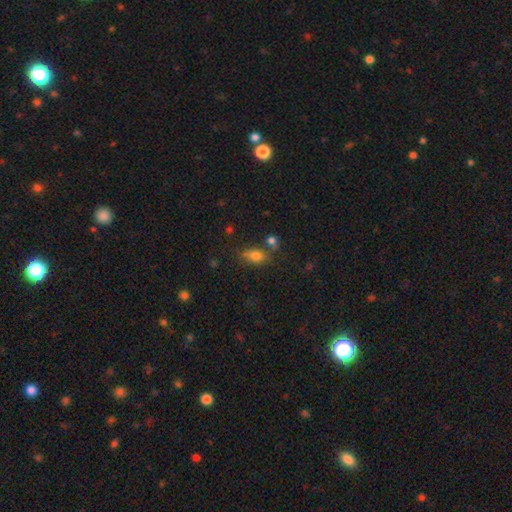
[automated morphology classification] Smooth or featured? Predicted: smooth (p=0.77). How rounded? Predicted: in between (p=0.84). Merging? Predicted: none (p=0.54).